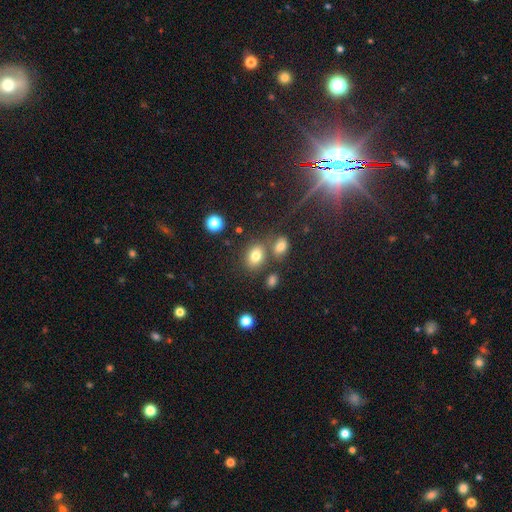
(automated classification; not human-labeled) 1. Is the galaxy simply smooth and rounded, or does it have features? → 78% smooth, 13% star or artifact, 9% featured or disk.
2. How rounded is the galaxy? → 64% in between, 34% round, 1% cigar-shaped.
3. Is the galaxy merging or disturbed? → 64% none, 20% merger, 12% minor disturbance, 5% major disturbance.